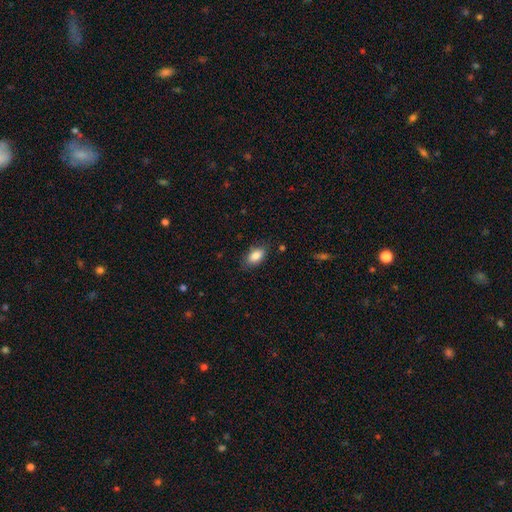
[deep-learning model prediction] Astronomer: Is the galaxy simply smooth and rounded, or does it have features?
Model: smooth — 85%.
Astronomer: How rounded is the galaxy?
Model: in between — 91%.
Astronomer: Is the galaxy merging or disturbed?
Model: none — 79%.